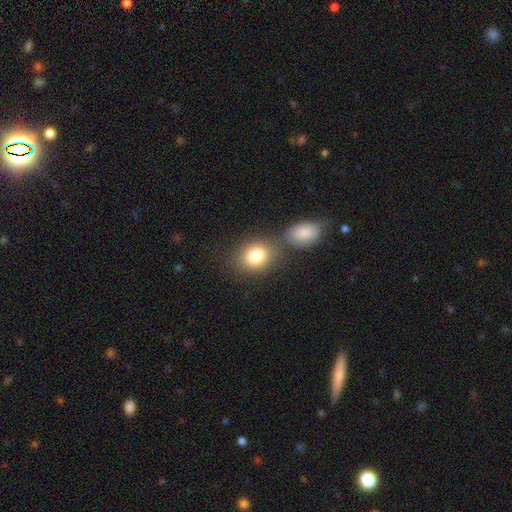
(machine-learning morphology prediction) smooth-or-featured: smooth: 82% | featured or disk: 9% | star or artifact: 9%
  how-rounded: round: 51% | in between: 48% | cigar-shaped: 1%
  merging: none: 57% | merger: 27% | minor disturbance: 12% | major disturbance: 4%